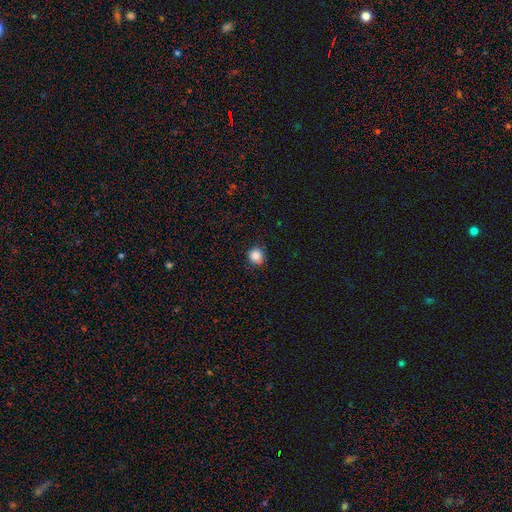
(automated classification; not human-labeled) This is clearly a smooth galaxy (86%). How rounded: clearly round (89%). Merging: clearly none (85%).